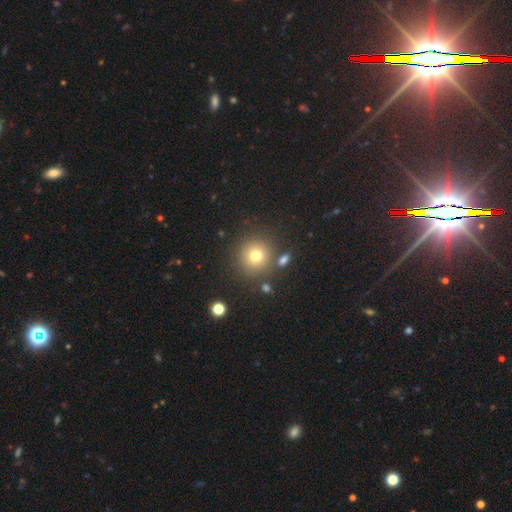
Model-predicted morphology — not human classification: This appears to be a smooth galaxy with no disk features (74%) that is round (93%). Merging: none (82%).